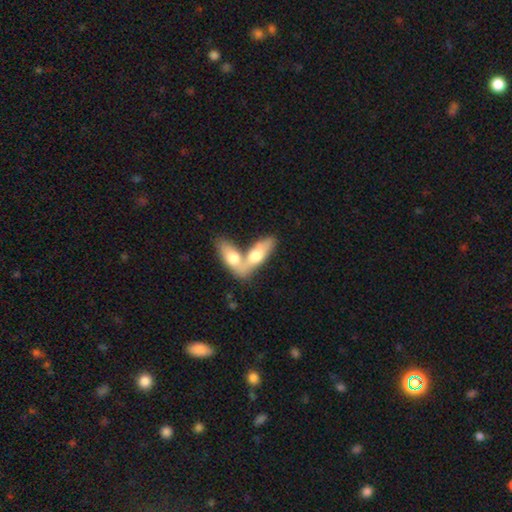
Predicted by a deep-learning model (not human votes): Smooth or featured? smooth (59%)
How rounded? in between (69%)
Merging? merger (72%)